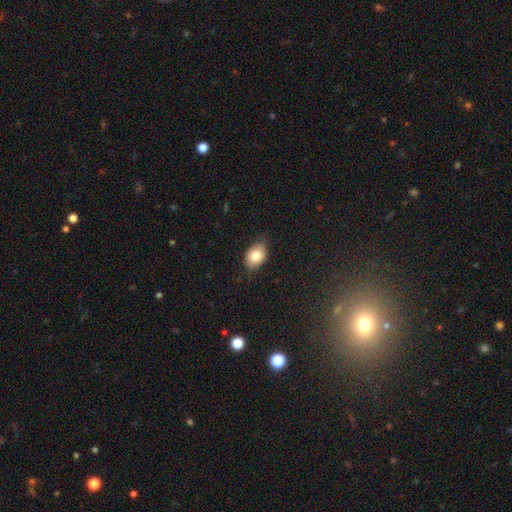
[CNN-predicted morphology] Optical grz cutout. It shows a smooth galaxy with no disk features (80%) that is in between round and cigar-shaped (78%). Merging: none (76%).